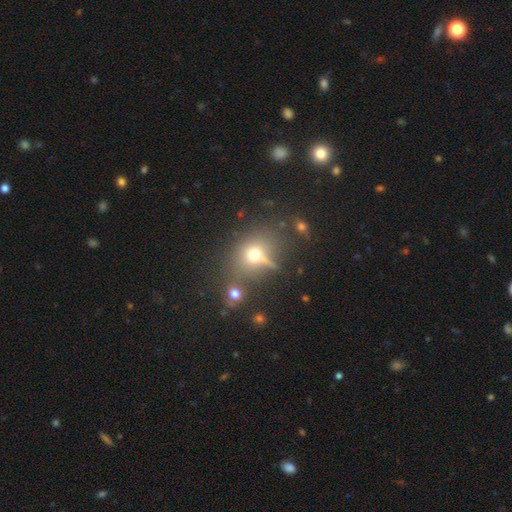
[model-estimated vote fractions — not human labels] Smooth or featured: smooth — 54% (star or artifact — 25%)
How rounded: round — 64% (in between — 33%)
Merging: none — 61% (minor disturbance — 16%)